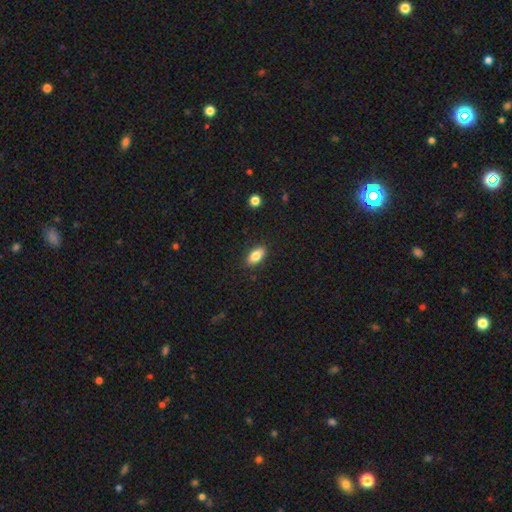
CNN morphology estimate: This appears to be a smooth galaxy with no disk features (81%) that is in between round and cigar-shaped (87%). Merging: none (87%).